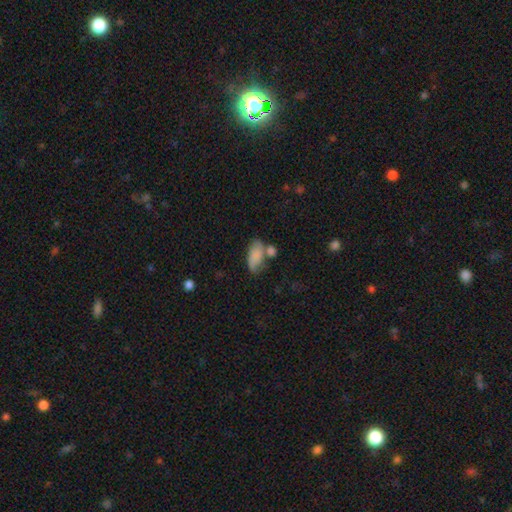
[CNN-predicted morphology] A smooth galaxy with no disk features (73%) that is in between round and cigar-shaped (91%).

Vote fractions:
- Smooth or featured? smooth: 73% / featured or disk: 19% / star or artifact: 8%
- How rounded? in between: 91% / round: 5% / cigar-shaped: 4%
- Merging? none: 36% / merger: 30% / minor disturbance: 22% / major disturbance: 12%